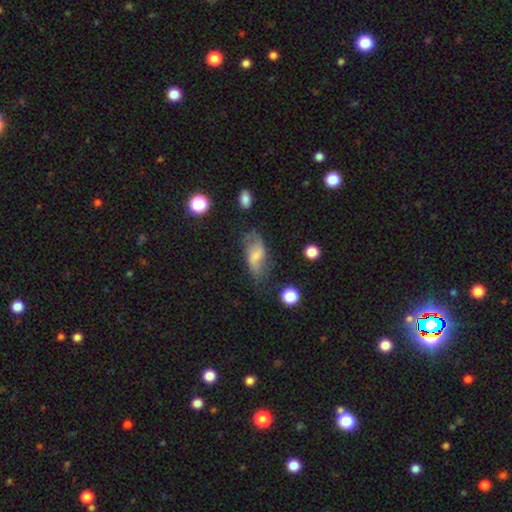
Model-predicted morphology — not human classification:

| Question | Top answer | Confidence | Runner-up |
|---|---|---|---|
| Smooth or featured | smooth | 49% | featured or disk (42%) |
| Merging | none | 57% | minor disturbance (26%) |